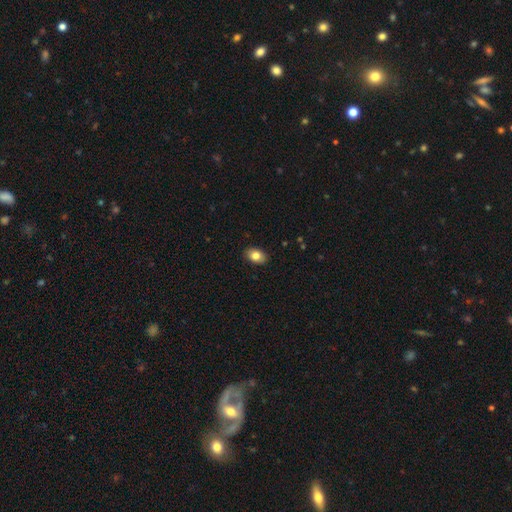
Morphology: type=smooth (84%); roundness=in between (100%); merging=none (92%).